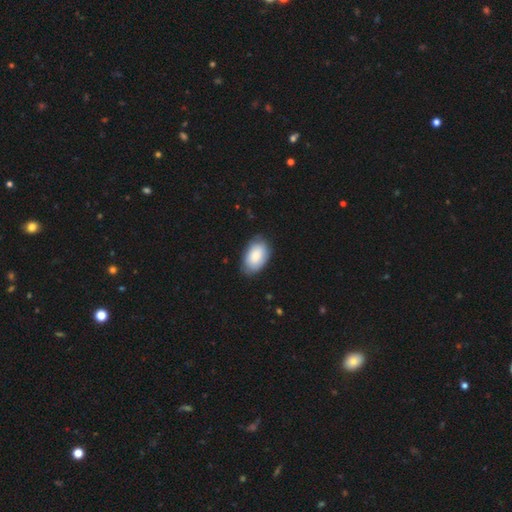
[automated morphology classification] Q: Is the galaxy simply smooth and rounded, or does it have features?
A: smooth — 84%.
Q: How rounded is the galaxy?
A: in between — 94%.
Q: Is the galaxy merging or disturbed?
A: none — 78%.